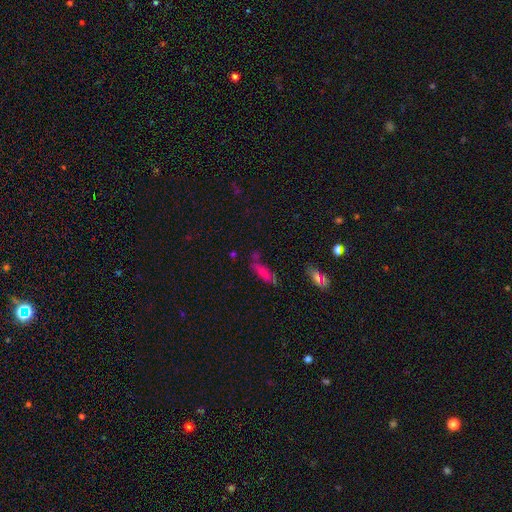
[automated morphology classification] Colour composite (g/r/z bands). It shows a smooth galaxy with no disk features (62%) that is cigar-shaped (48%). Merging: none (60%).